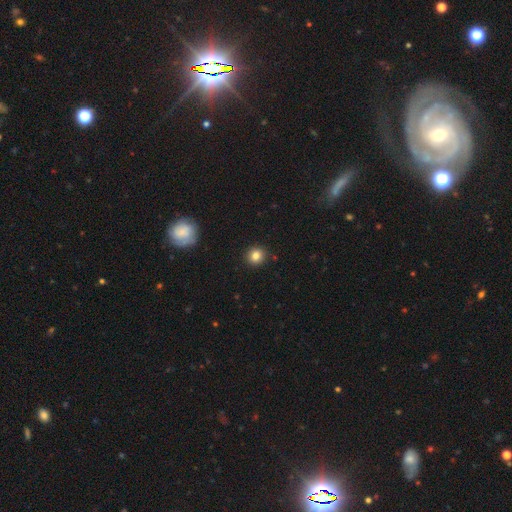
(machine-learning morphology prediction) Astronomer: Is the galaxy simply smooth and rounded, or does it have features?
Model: smooth — 83%.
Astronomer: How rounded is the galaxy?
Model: round — 91%.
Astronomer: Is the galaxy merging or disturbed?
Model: none — 90%.